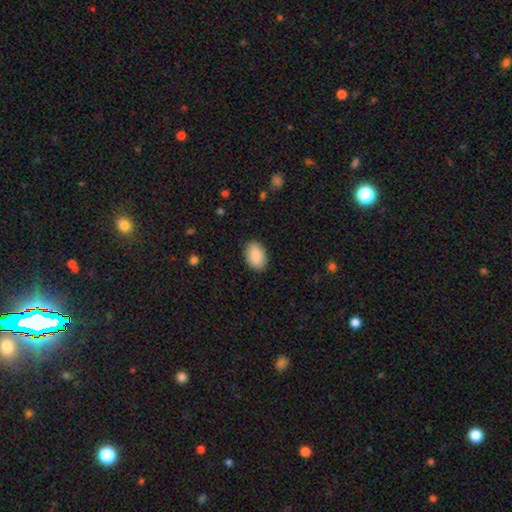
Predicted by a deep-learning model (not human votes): smooth-or-featured: smooth: 88% | star or artifact: 6% | featured or disk: 6%
  how-rounded: in between: 90% | round: 9% | cigar-shaped: 1%
  merging: none: 86% | minor disturbance: 10% | major disturbance: 2% | merger: 1%